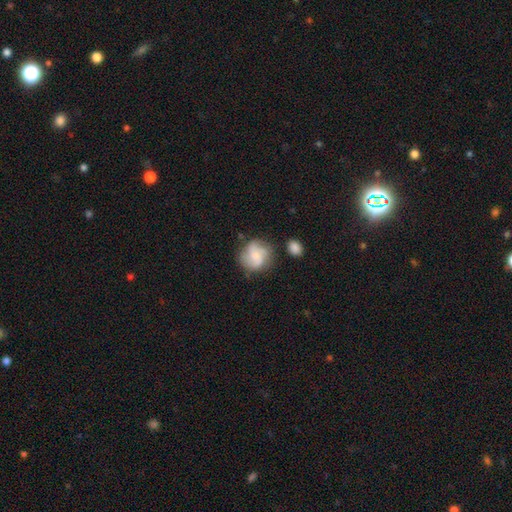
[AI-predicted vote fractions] Smooth or featured? featured or disk (48%)
Merging? none (66%)